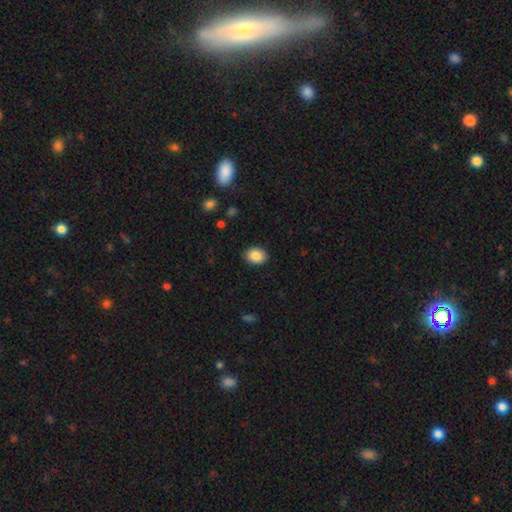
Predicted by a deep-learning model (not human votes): Morphology: type=smooth (87%); roundness=in between (65%); merging=none (89%).